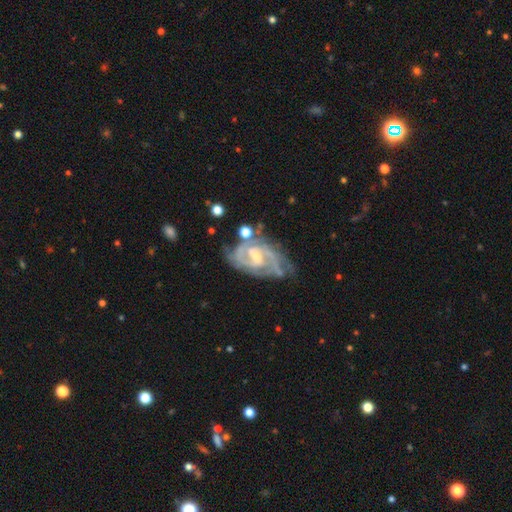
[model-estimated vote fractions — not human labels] Overall: featured or disk (89%). Edge-on disk: no (97%). Bar: weak (52%; no 31%). Spiral arms: yes (97%). Spiral arm count: 2 (47%; 3 22%). Spiral winding: tight (54%; medium 39%). Bulge size: small (56%; moderate 39%). Merging: none (57%; minor disturbance 24%).